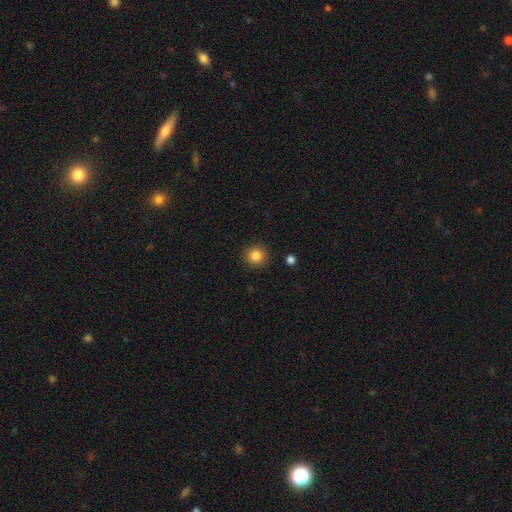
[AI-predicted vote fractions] Overall: smooth (85%). How rounded: round (93%). Merging: none (90%).